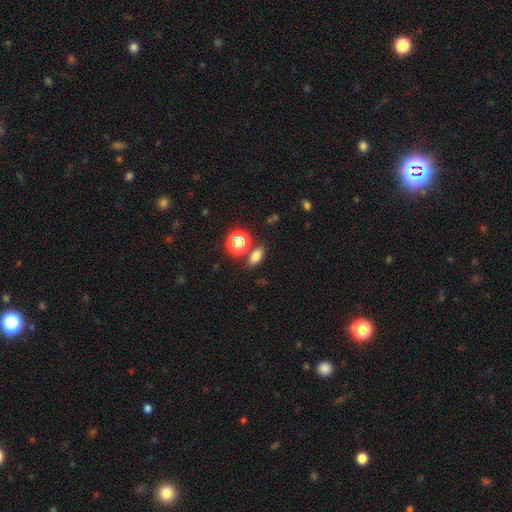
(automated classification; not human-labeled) Smooth or featured? Predicted: smooth (p=0.70). How rounded? Predicted: in between (p=0.77). Merging? Predicted: none (p=0.78).